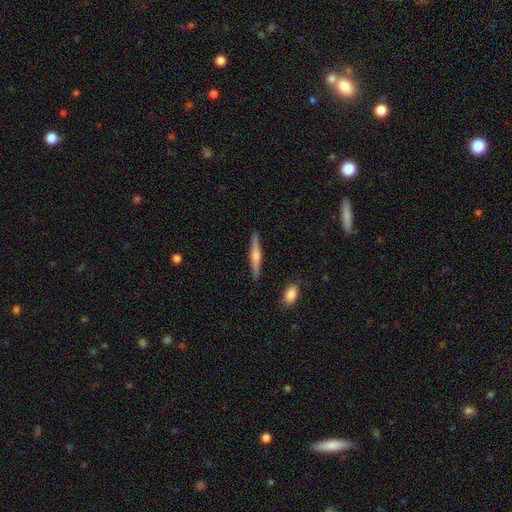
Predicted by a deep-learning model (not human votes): Overall: featured or disk (68%). Edge-on disk: yes (98%). Edge-on bulge: rounded (87%). Merging: none (91%).